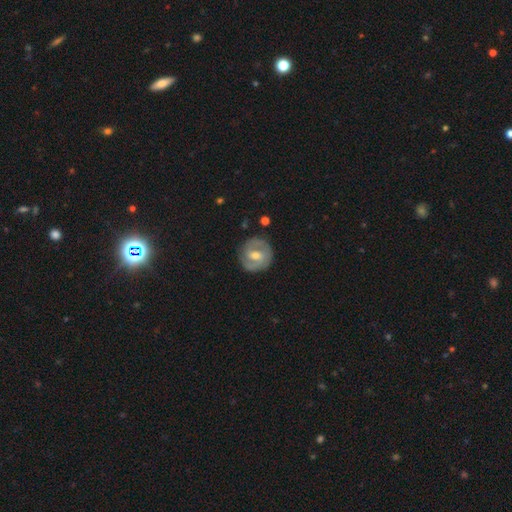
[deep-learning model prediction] A featured or disk galaxy (66%) with a weak bar (51%), spiral arms (76%) and a moderate central bulge (69%).

Vote fractions:
- Smooth or featured? featured or disk: 66% / smooth: 28% / star or artifact: 6%
- Edge-on disk? no: 97% / yes: 3%
- Bar? weak: 51% / no: 30% / strong: 19%
- Spiral arms? yes: 76% / no: 24%
- Bulge size? moderate: 69% / small: 25% / large: 4% / none: 1% / dominant: 1%
- Merging? none: 81% / minor disturbance: 13% / major disturbance: 4% / merger: 2%